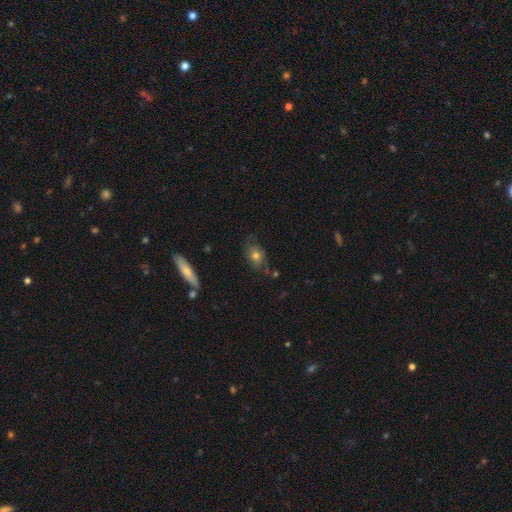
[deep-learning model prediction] Smooth or featured: smooth — 62% (featured or disk — 27%)
How rounded: in between — 63% (round — 33%)
Merging: none — 62% (minor disturbance — 24%)